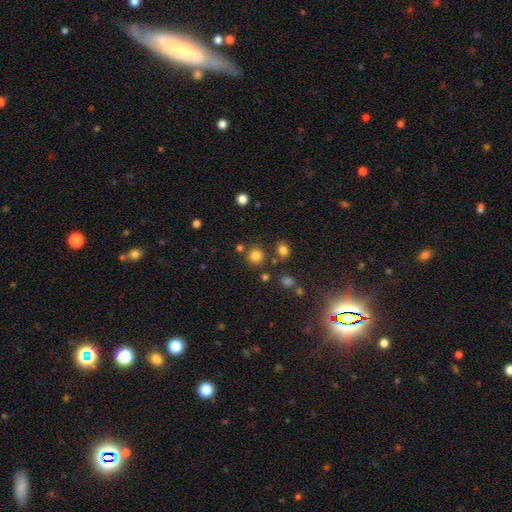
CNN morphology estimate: A smooth galaxy with no disk features (80%) that is round (92%).

Vote fractions:
- Smooth or featured? smooth: 80% / star or artifact: 14% / featured or disk: 5%
- How rounded? round: 92% / in between: 7% / cigar-shaped: 1%
- Merging? none: 81% / merger: 8% / minor disturbance: 8% / major disturbance: 3%